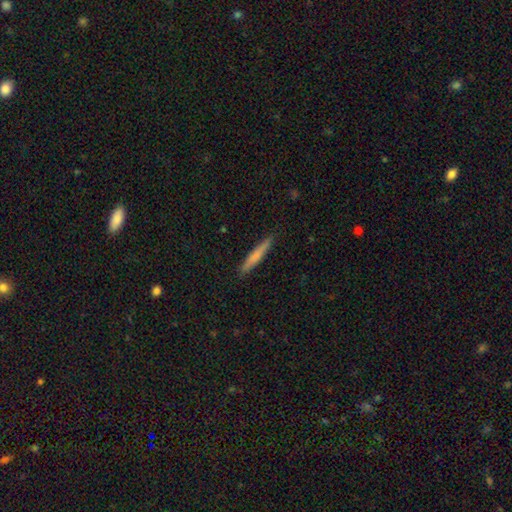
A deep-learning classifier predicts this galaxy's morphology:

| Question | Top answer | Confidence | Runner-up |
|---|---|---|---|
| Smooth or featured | smooth | 70% | featured or disk (24%) |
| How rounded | cigar-shaped | 95% | in between (3%) |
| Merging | none | 90% | minor disturbance (7%) |